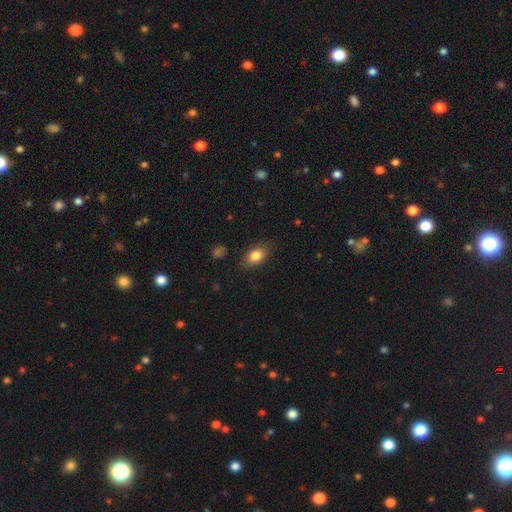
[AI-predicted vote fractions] Morphology: type=smooth (81%); roundness=in between (79%); merging=none (80%).